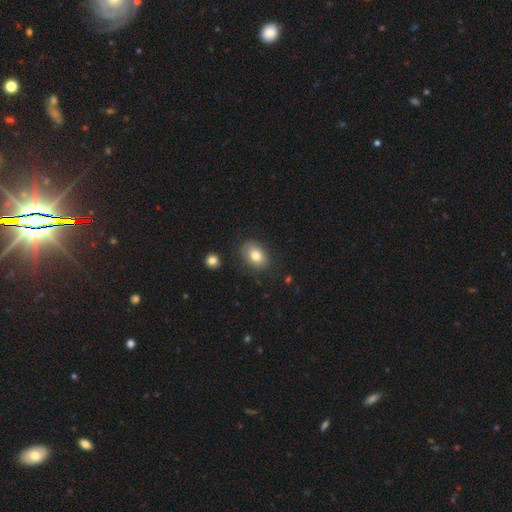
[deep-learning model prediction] This appears to be a smooth galaxy with no disk features (79%) that is in between round and cigar-shaped (79%). Merging: none (78%).